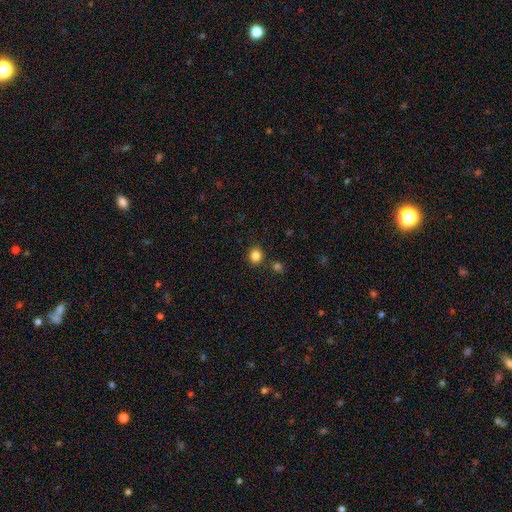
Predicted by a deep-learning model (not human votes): Morphology: type=smooth (84%); roundness=round (78%); merging=none (84%).